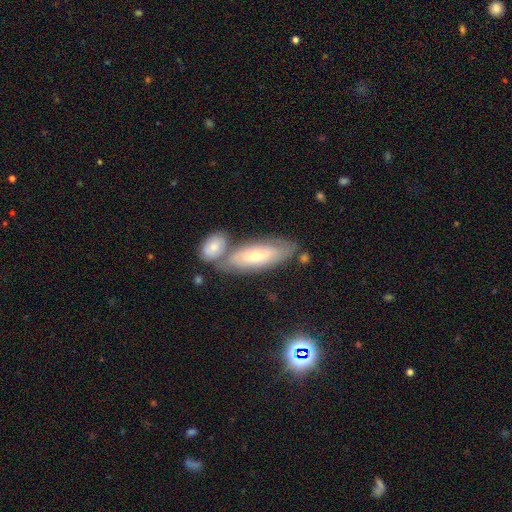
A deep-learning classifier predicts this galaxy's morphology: A smooth galaxy with no disk features (53%) that is in between round and cigar-shaped (68%). Merging: none (55%).